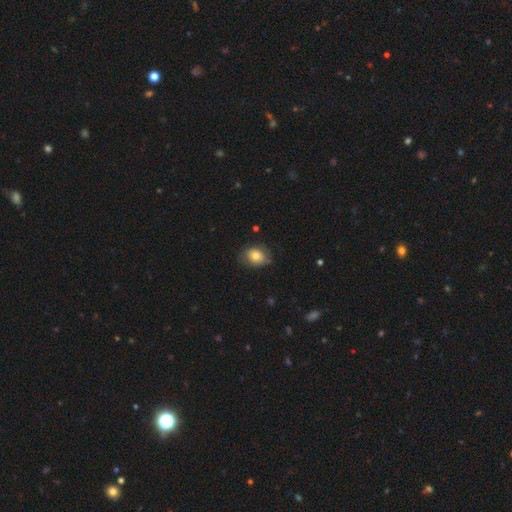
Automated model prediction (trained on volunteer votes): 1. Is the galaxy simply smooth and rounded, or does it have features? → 74% smooth, 18% featured or disk, 8% star or artifact.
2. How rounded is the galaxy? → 59% in between, 40% round, 1% cigar-shaped.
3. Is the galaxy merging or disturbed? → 66% none, 26% minor disturbance, 7% major disturbance, 1% merger.